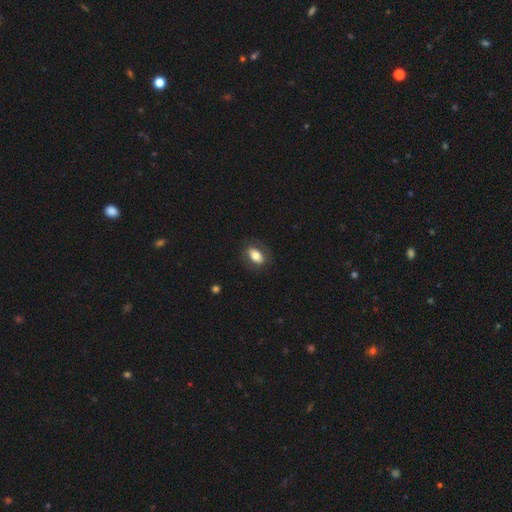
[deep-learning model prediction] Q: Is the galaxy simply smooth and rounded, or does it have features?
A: smooth — 70%.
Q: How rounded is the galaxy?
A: in between — 86%.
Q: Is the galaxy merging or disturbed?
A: none — 80%.